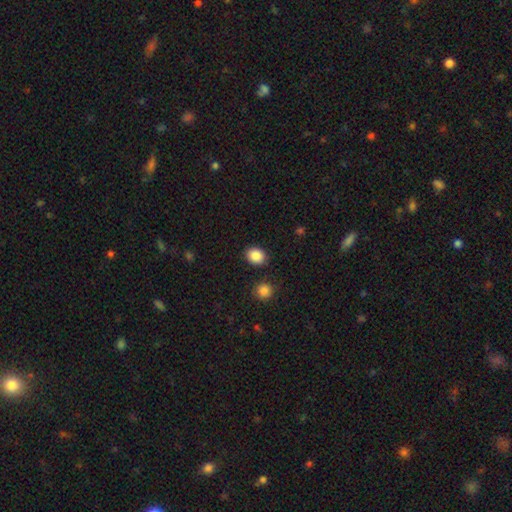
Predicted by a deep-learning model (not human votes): The model was most divided on "how rounded": round: 54%, in between: 45%, cigar-shaped: 1%. More confident: smooth or featured — smooth (88%); merging — none (87%).